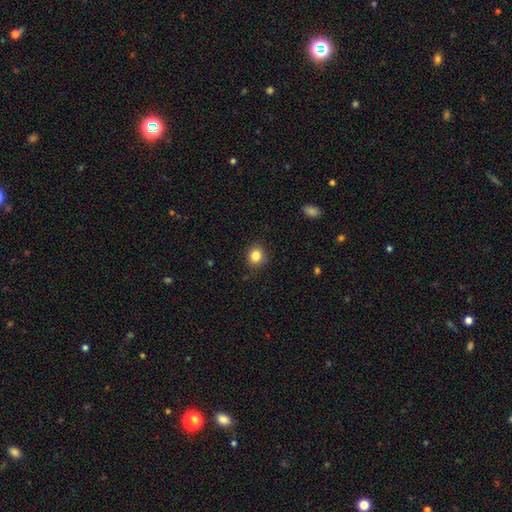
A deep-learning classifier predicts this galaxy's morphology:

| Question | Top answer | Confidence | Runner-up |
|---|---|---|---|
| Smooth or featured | smooth | 84% | star or artifact (11%) |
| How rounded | round | 76% | in between (23%) |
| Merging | none | 87% | minor disturbance (10%) |